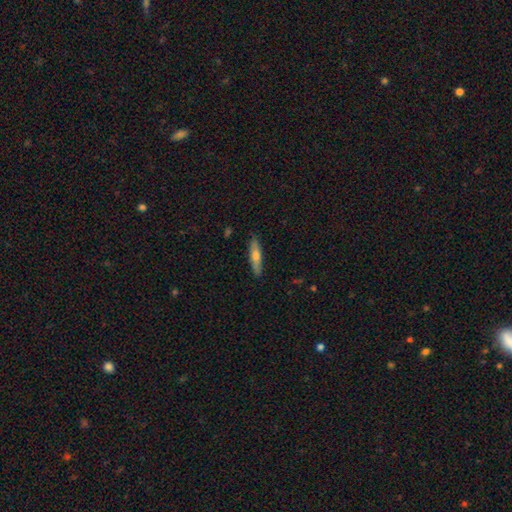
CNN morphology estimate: This is possibly a smooth galaxy (59%). How rounded: clearly cigar-shaped (80%). Merging: clearly none (88%).